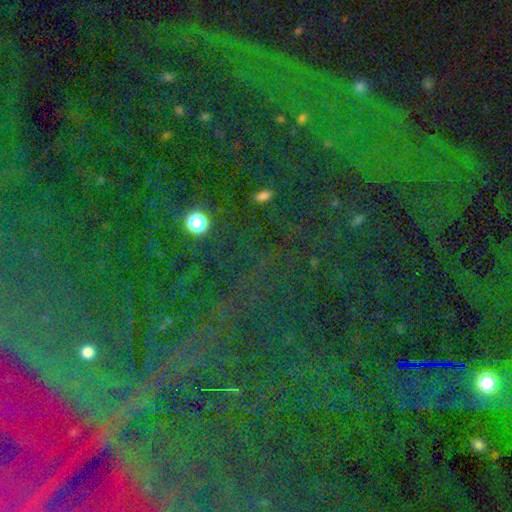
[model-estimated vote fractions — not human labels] A star or artifact, not a galaxy (83%).